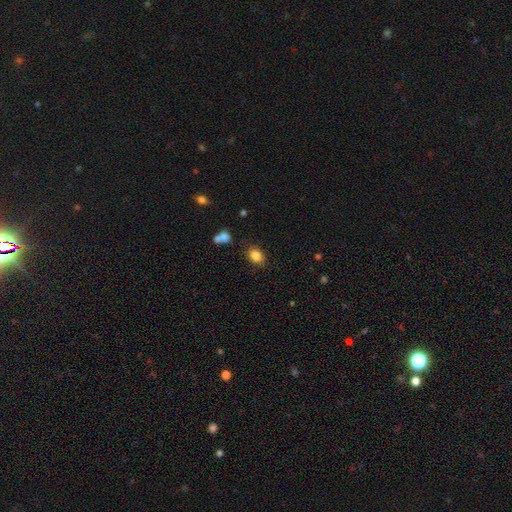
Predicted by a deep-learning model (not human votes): The model was most divided on "how rounded": in between: 63%, round: 36%, cigar-shaped: 1%. More confident: smooth or featured — smooth (84%); merging — none (83%).